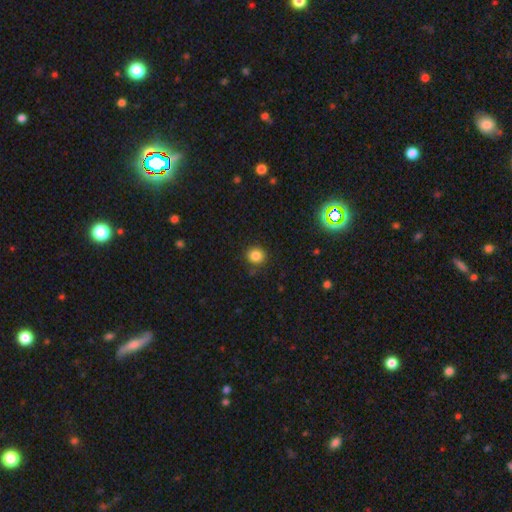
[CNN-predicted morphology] Q: Smooth or featured?
A: smooth (83%); runner-up: star or artifact (12%)
Q: How rounded?
A: round (89%); runner-up: in between (10%)
Q: Merging?
A: none (86%); runner-up: minor disturbance (9%)